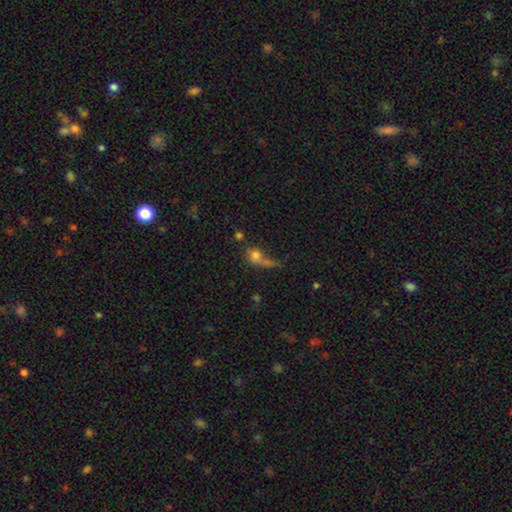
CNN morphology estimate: Overall: smooth (57%; featured or disk 22%). How rounded: round (63%; in between 30%). Merging: none (33%; merger 27%).